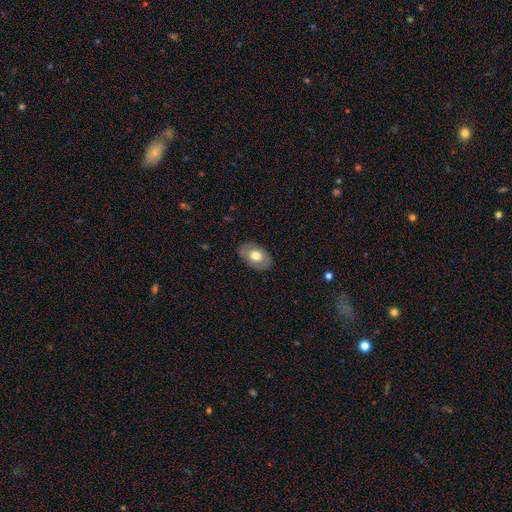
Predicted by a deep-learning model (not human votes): Smooth or featured? smooth (64%)
How rounded? in between (86%)
Merging? none (84%)